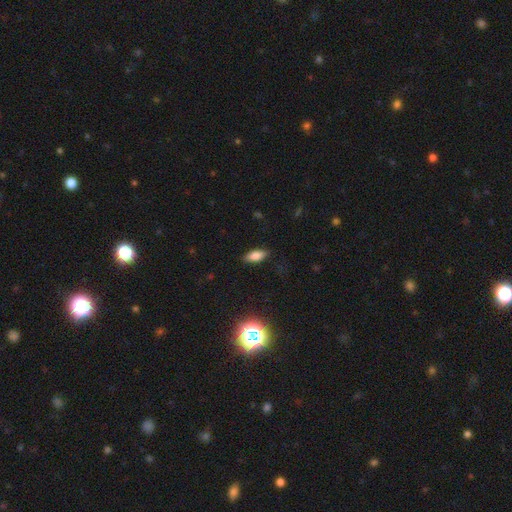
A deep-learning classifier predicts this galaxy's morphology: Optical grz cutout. It shows a smooth galaxy with no disk features (79%) that is in between round and cigar-shaped (81%). Merging: none (85%).